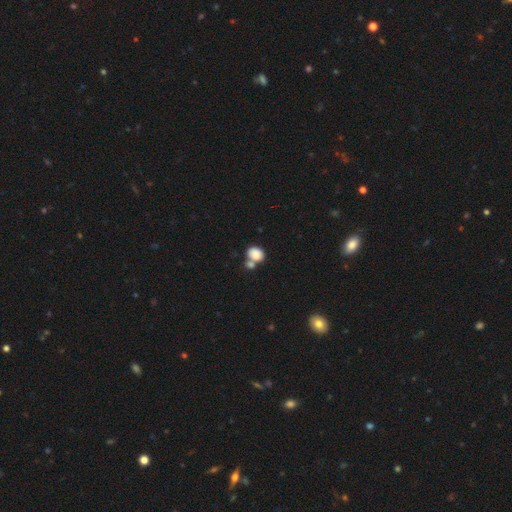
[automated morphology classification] smooth-or-featured: smooth: 84% | star or artifact: 9% | featured or disk: 7%
  how-rounded: in between: 51% | round: 48% | cigar-shaped: 1%
  merging: merger: 45% | none: 39% | minor disturbance: 11% | major disturbance: 5%